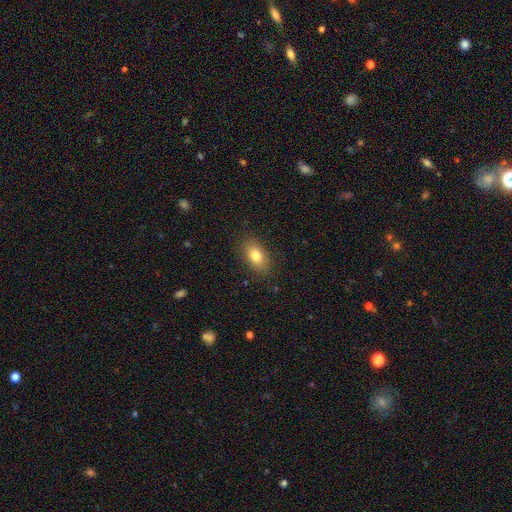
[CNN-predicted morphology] smooth_or_featured: smooth (p=0.80) [alt: featured or disk p=0.11]
how_rounded: in between (p=0.87) [alt: round p=0.09]
merging: none (p=0.86) [alt: minor disturbance p=0.10]